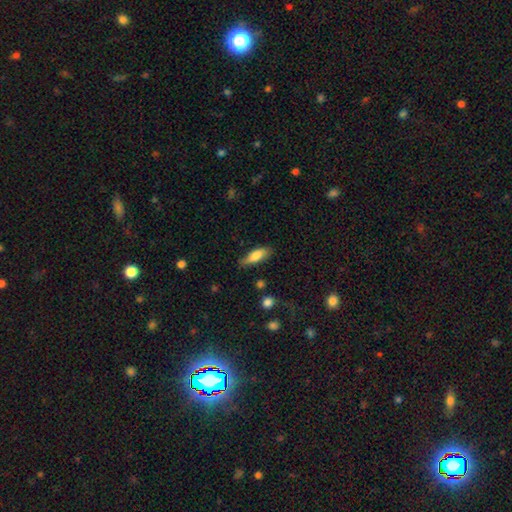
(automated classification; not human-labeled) A smooth galaxy with no disk features (78%) that is in between round and cigar-shaped (63%). Merging: none (70%).